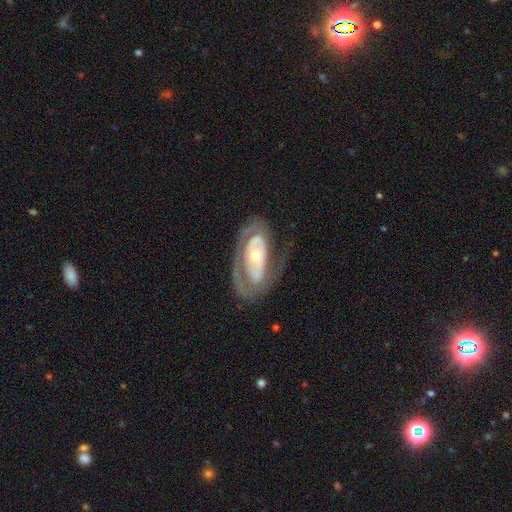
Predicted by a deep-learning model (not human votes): A featured or disk galaxy (79%) with no bar (70%), spiral arms (66%) and a moderate central bulge (47%).

Vote fractions:
- Smooth or featured? featured or disk: 79% / smooth: 16% / star or artifact: 5%
- Edge-on disk? no: 92% / yes: 8%
- Bar? no: 70% / weak: 18% / strong: 12%
- Spiral arms? yes: 66% / no: 34%
- Bulge size? moderate: 47% / small: 46% / large: 4% / dominant: 1% / none: 1%
- Merging? none: 59% / major disturbance: 20% / minor disturbance: 20% / merger: 2%